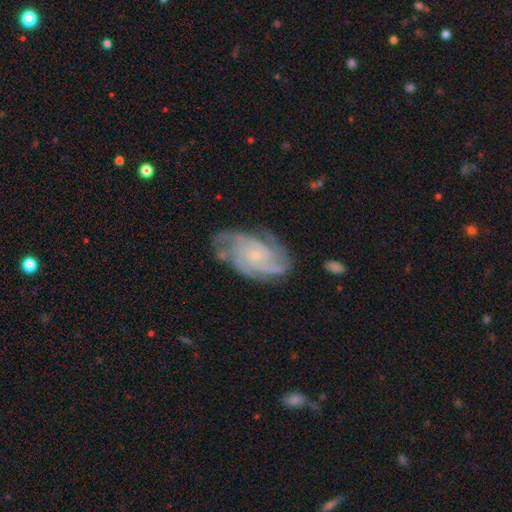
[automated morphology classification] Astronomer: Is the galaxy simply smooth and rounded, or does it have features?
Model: featured or disk — 88%.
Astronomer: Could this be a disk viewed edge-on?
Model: no — 97%.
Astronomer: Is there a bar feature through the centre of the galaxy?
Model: no — 74%.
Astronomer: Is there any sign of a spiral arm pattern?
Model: yes — 97%.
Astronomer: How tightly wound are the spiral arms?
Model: tight — 57% (runner-up: medium, 36%).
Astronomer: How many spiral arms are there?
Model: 3 — 30% (runner-up: 4, 22%).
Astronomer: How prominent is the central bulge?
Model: small — 81%.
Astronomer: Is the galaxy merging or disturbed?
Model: none — 70%.